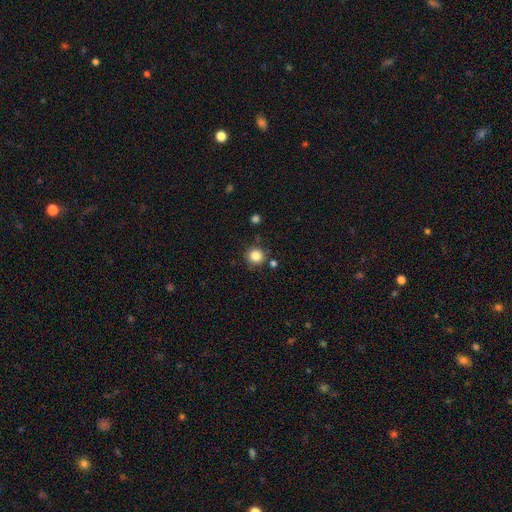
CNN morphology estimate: A smooth galaxy with no disk features (85%) that is round (93%). Merging: none (83%).